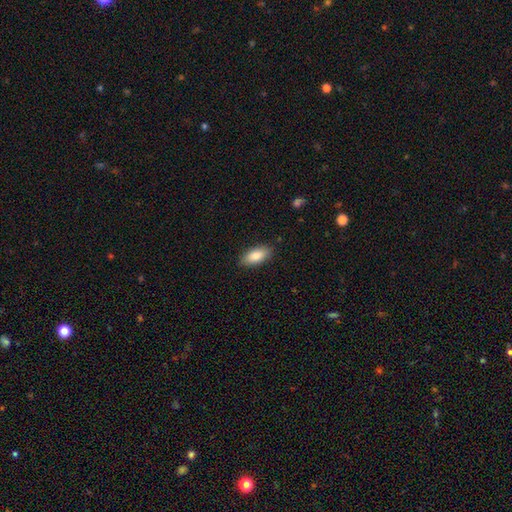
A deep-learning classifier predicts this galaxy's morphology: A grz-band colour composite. It shows a smooth galaxy with no disk features (86%) that is in between round and cigar-shaped (89%). Merging: none (87%).